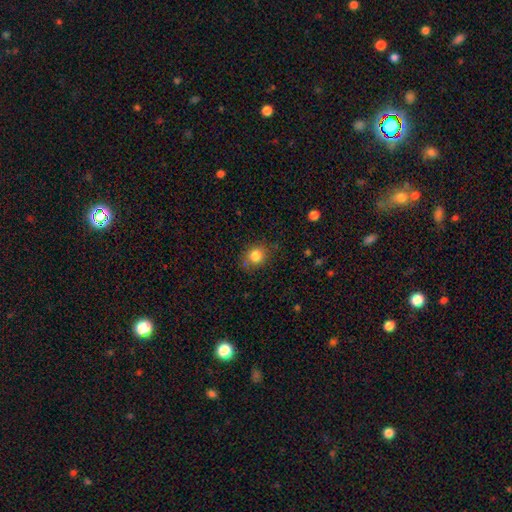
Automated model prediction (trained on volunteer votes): Smooth or featured?
  - smooth: 83% *
  - star or artifact: 11%
  - featured or disk: 6%
How rounded?
  - round: 76% *
  - in between: 23%
  - cigar-shaped: 1%
Merging?
  - none: 80% *
  - minor disturbance: 15%
  - major disturbance: 4%
  - merger: 2%